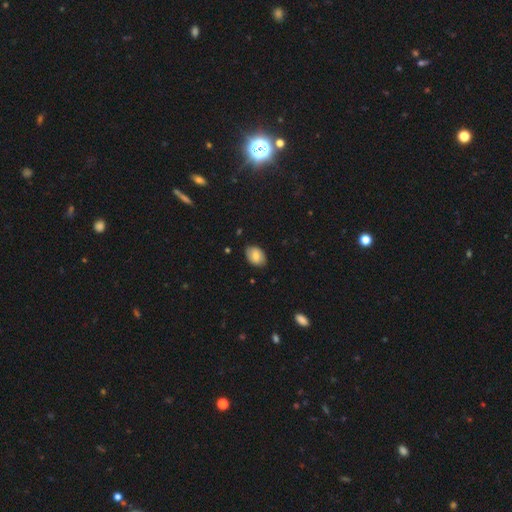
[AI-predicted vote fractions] smooth-or-featured: smooth: 74% | featured or disk: 18% | star or artifact: 8%
  how-rounded: in between: 83% | round: 16% | cigar-shaped: 1%
  merging: none: 82% | minor disturbance: 15% | major disturbance: 2% | merger: 1%